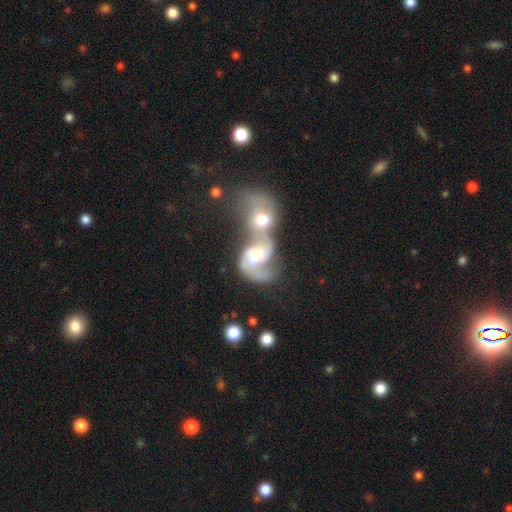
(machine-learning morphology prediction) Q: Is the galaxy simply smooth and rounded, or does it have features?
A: featured or disk — 69%.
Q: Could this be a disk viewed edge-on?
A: no — 97%.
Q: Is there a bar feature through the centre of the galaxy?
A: no — 53%.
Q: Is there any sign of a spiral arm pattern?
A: yes — 83%.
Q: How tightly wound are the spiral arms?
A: loose — 49%.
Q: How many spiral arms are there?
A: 2 — 63%.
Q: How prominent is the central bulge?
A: moderate — 43%.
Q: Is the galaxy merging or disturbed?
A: merger — 80%.